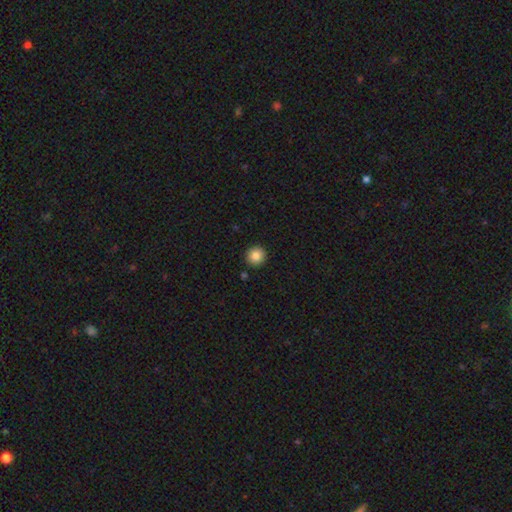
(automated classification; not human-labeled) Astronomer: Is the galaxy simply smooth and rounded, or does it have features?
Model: smooth — 85%.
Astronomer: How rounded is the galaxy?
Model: round — 95%.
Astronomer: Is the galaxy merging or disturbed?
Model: none — 92%.